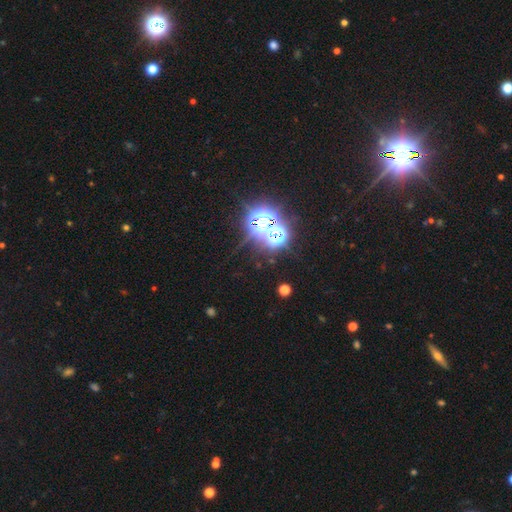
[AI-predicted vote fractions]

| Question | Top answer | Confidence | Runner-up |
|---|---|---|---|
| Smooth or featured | star or artifact | 79% | smooth (14%) |